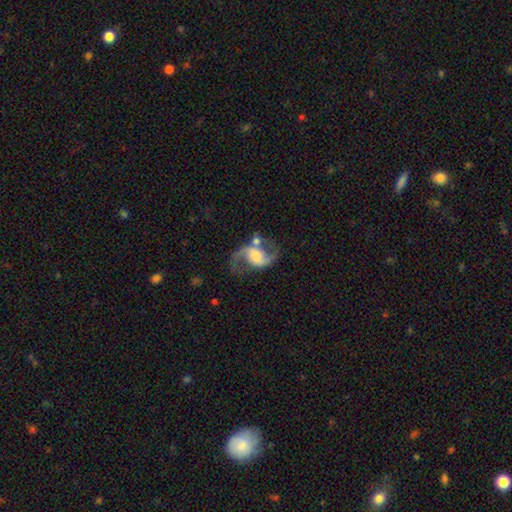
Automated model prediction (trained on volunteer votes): Smooth or featured? featured or disk (86%)
Edge-on disk? no (97%)
Bar? no (43%)
Spiral arms? yes (96%)
Spiral winding? loose (58%)
Spiral arm count? 2 (92%)
Bulge size? moderate (52%)
Merging? none (55%)